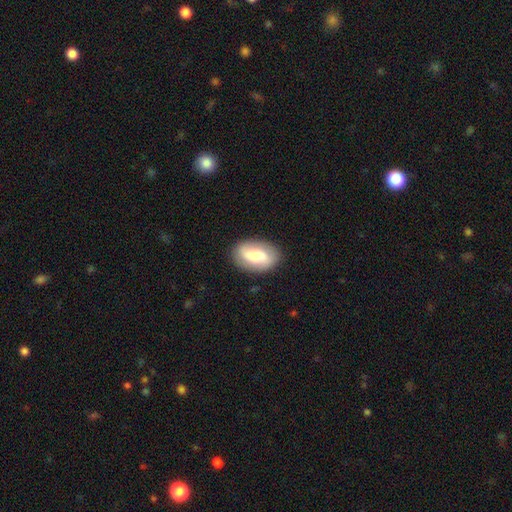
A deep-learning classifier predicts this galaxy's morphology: This is possibly a smooth galaxy (57%). How rounded: clearly in between (90%). Merging: clearly none (84%).